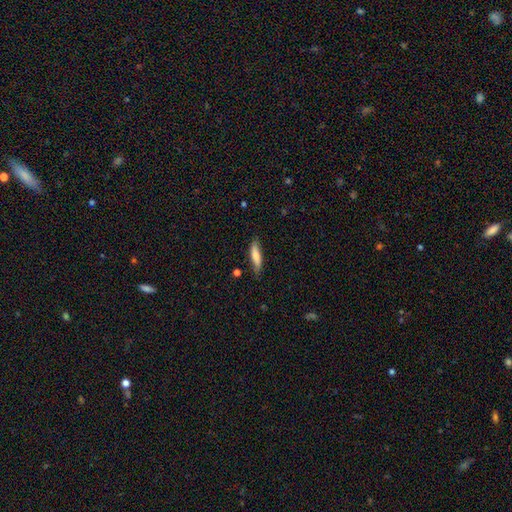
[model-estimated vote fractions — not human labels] A smooth galaxy with no disk features (77%) that is cigar-shaped (69%).

Vote fractions:
- Smooth or featured? smooth: 77% / featured or disk: 17% / star or artifact: 6%
- How rounded? cigar-shaped: 69% / in between: 30% / round: 2%
- Merging? none: 74% / minor disturbance: 21% / major disturbance: 3% / merger: 2%